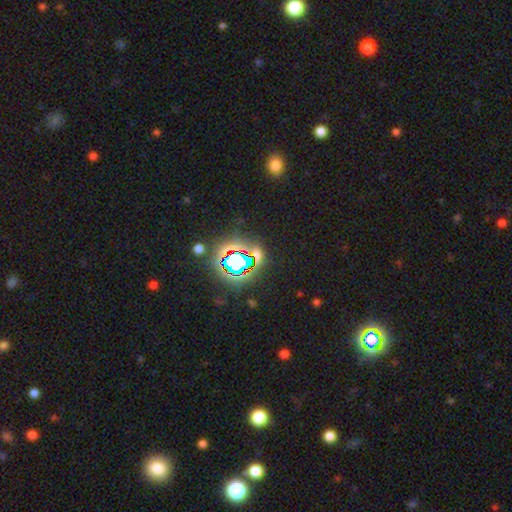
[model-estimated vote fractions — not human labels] This is likely a star or artifact rather than a galaxy (73%).